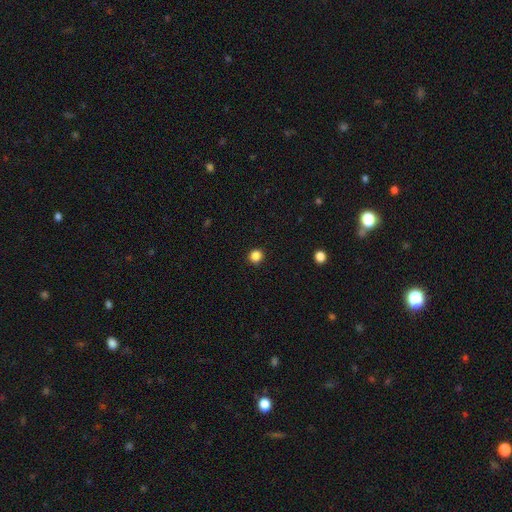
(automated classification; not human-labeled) This appears to be a smooth galaxy with no disk features (85%) that is round (90%). Merging: none (92%).